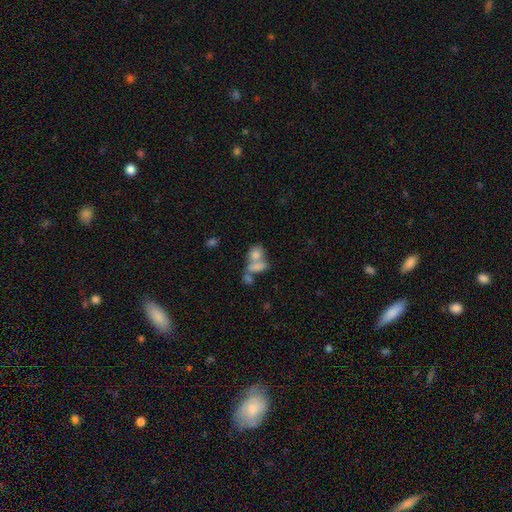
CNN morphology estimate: Smooth or featured?
  - smooth: 71% *
  - featured or disk: 17%
  - star or artifact: 11%
How rounded?
  - in between: 62% *
  - round: 33%
  - cigar-shaped: 5%
Merging?
  - merger: 58% *
  - none: 26%
  - minor disturbance: 8%
  - major disturbance: 7%